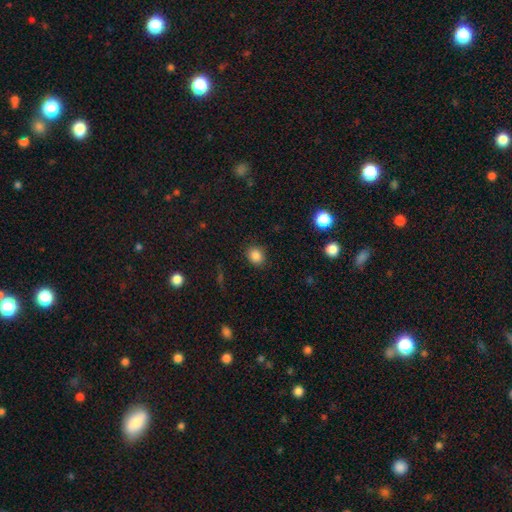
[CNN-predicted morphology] The model was most divided on "how rounded": round: 73%, in between: 26%, cigar-shaped: 1%. More confident: merging — none (87%); smooth or featured — smooth (85%).